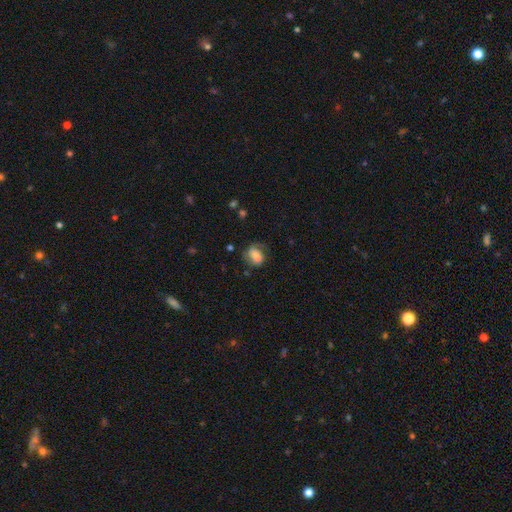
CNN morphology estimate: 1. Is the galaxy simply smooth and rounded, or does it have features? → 59% smooth, 32% featured or disk, 9% star or artifact.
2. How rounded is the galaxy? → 69% in between, 29% round, 2% cigar-shaped.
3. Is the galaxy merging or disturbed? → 52% none, 27% minor disturbance, 18% major disturbance, 3% merger.